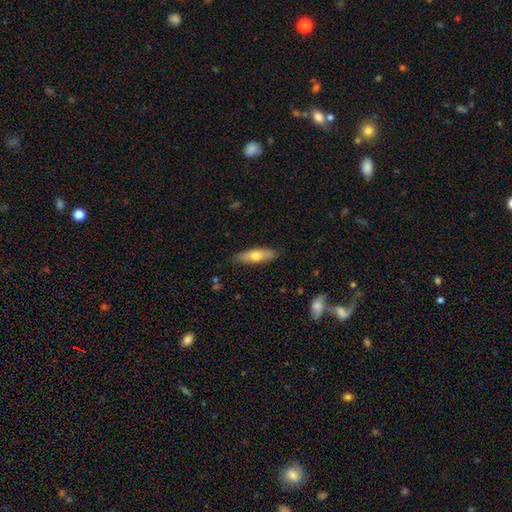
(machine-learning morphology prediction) A smooth galaxy with no disk features (62%) that is cigar-shaped (51%). Merging: none (84%).